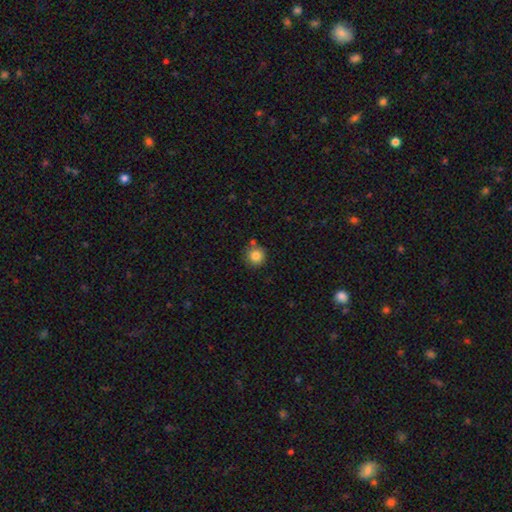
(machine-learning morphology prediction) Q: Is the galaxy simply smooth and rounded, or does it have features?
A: smooth — 84%.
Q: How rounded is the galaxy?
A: round — 94%.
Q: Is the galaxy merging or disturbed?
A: none — 79%.